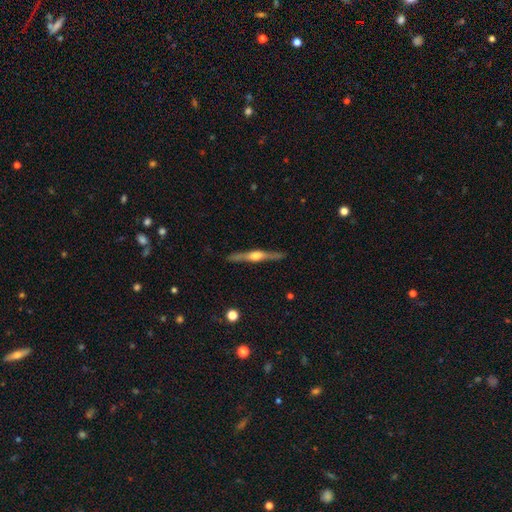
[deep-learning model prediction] This appears to be a featured or disk galaxy (77%) viewed edge-on (98%) with a rounded central bulge (91%). Merging: none (89%).